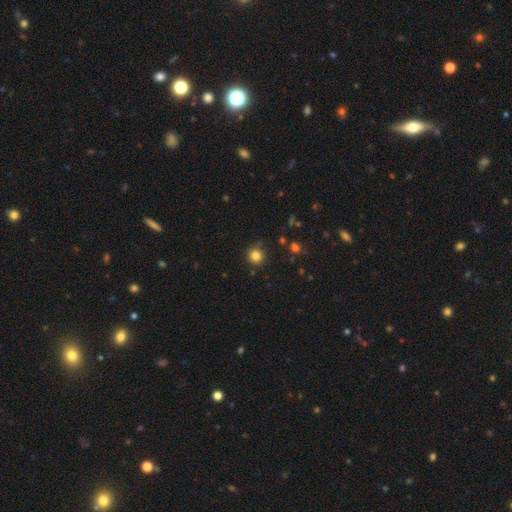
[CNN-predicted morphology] A smooth galaxy with no disk features (82%) that is round (93%). Merging: none (83%).